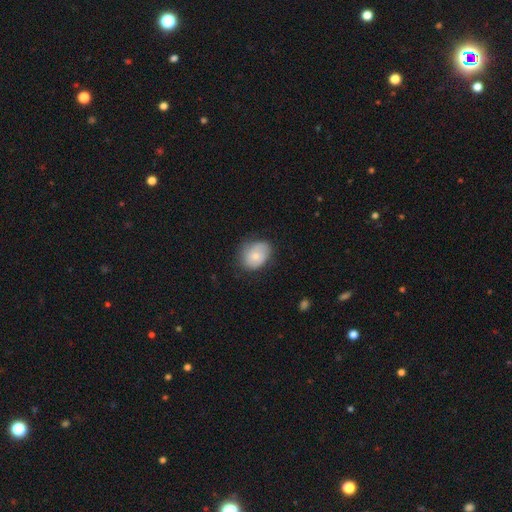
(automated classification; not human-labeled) Smooth or featured? smooth (71%)
How rounded? in between (58%)
Merging? none (62%)